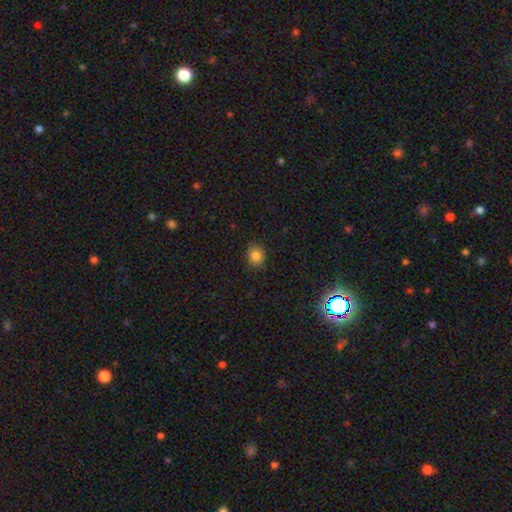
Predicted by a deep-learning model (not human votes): Q: Smooth or featured?
A: smooth (83%); runner-up: star or artifact (12%)
Q: How rounded?
A: round (75%); runner-up: in between (24%)
Q: Merging?
A: none (88%); runner-up: minor disturbance (9%)